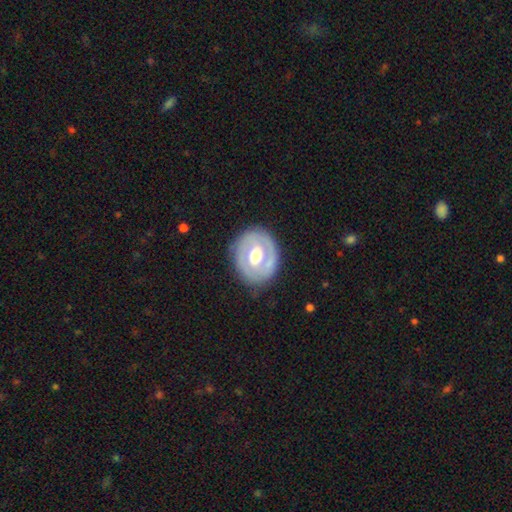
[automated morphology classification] Smooth or featured: featured or disk — 67% (smooth — 28%)
Edge-on disk: no — 96% (yes — 4%)
Bar: no — 44% (weak — 37%)
Spiral arms: no — 56% (yes — 44%)
Bulge size: moderate — 66% (large — 25%)
Merging: none — 79% (minor disturbance — 14%)